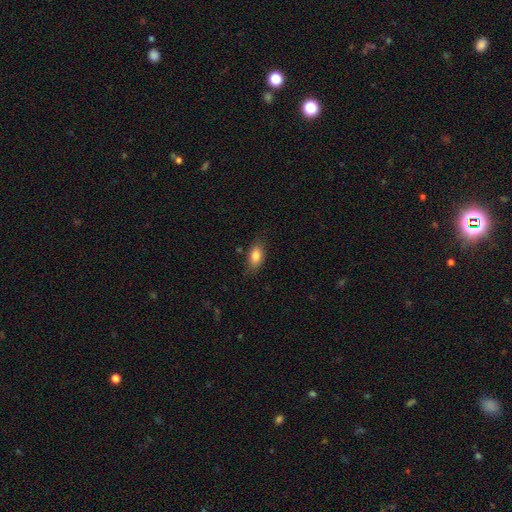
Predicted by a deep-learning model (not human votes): A smooth galaxy with no disk features (82%) that is in between round and cigar-shaped (87%). Merging: none (76%).